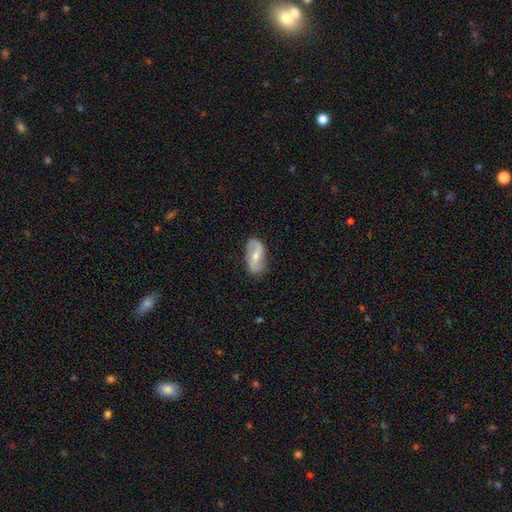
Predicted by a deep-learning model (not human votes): The model was most divided on "bar": weak: 42%, strong: 32%, no: 25%. More confident: edge-on disk — no (95%); spiral arm count — 2 (87%); spiral arms — yes (85%); merging — none (78%); smooth or featured — featured or disk (68%); spiral winding — loose (60%); bulge size — moderate (53%).